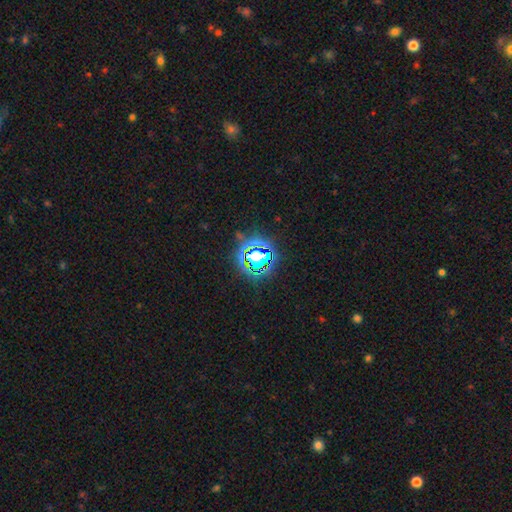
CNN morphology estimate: A star or artifact, not a galaxy (67%).